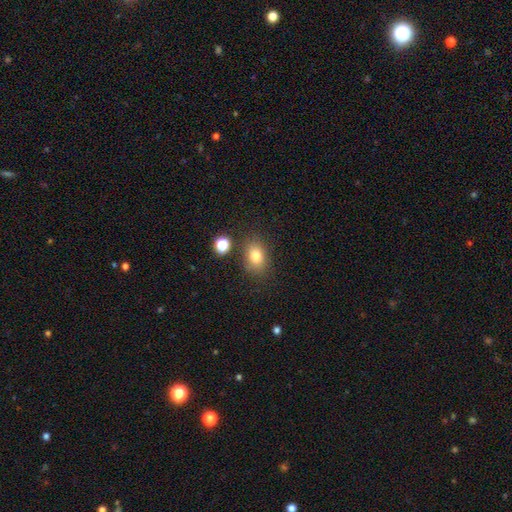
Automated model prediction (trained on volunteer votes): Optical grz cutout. It shows a smooth galaxy with no disk features (80%) that is in between round and cigar-shaped (72%). Merging: none (76%).